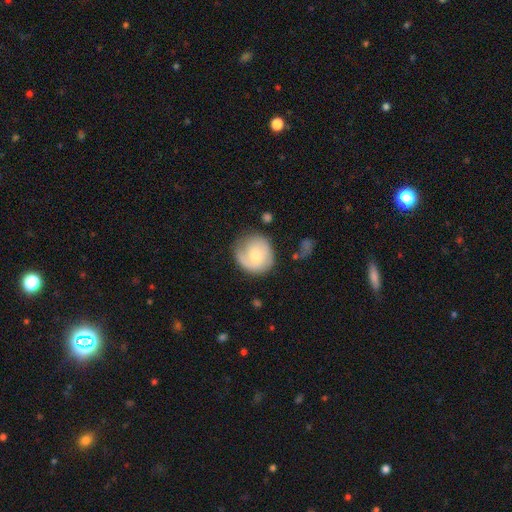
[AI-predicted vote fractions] This appears to be a smooth galaxy with no disk features (47%). Merging: none (64%).